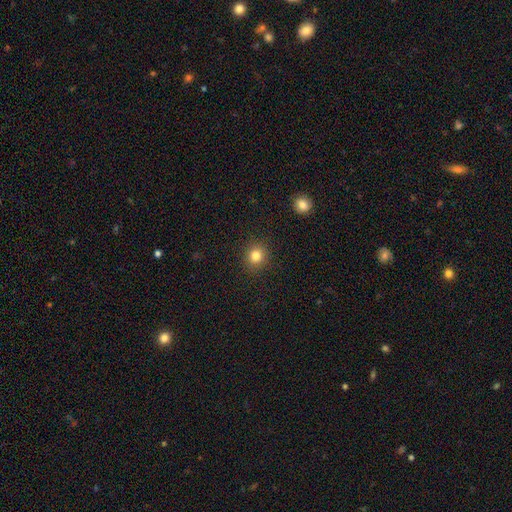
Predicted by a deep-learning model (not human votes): A smooth galaxy with no disk features (82%) that is round (85%).

Vote fractions:
- Smooth or featured? smooth: 82% / star or artifact: 12% / featured or disk: 6%
- How rounded? round: 85% / in between: 14% / cigar-shaped: 1%
- Merging? none: 91% / minor disturbance: 6% / major disturbance: 2% / merger: 1%